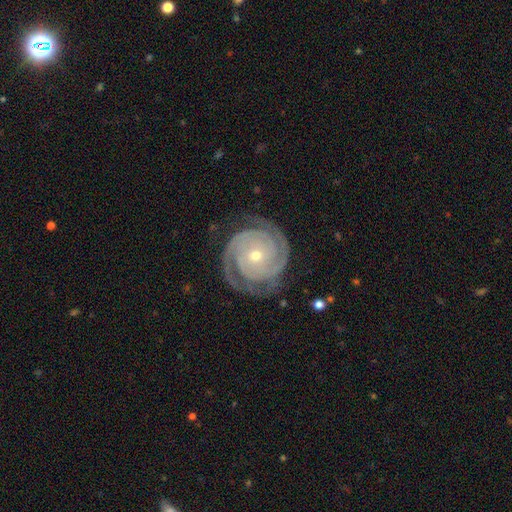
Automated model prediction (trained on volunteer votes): Smooth or featured: featured or disk — 93% (star or artifact — 4%)
Edge-on disk: no — 98% (yes — 2%)
Bar: no — 74% (weak — 16%)
Spiral arms: yes — 99% (no — 1%)
Spiral winding: tight — 85% (medium — 13%)
Spiral arm count: 2 — 73% (3 — 12%)
Bulge size: small — 59% (moderate — 38%)
Merging: none — 82% (minor disturbance — 13%)